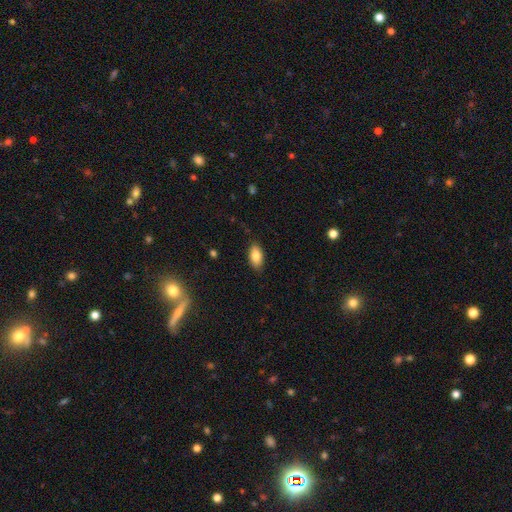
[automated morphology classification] Smooth or featured? Predicted: smooth (p=0.84). How rounded? Predicted: in between (p=0.93). Merging? Predicted: none (p=0.86).